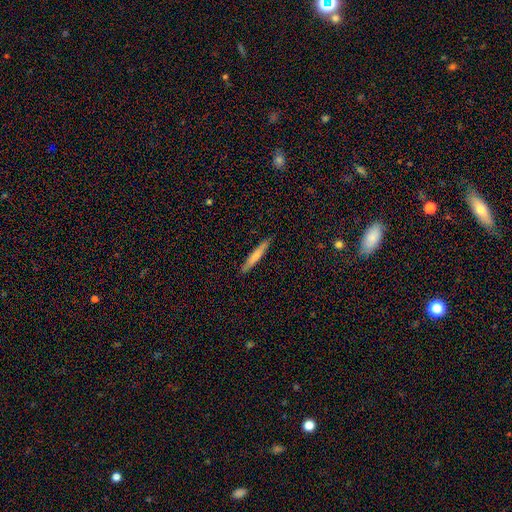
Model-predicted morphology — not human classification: This is likely a smooth galaxy (67%). How rounded: clearly cigar-shaped (94%). Merging: clearly none (91%).